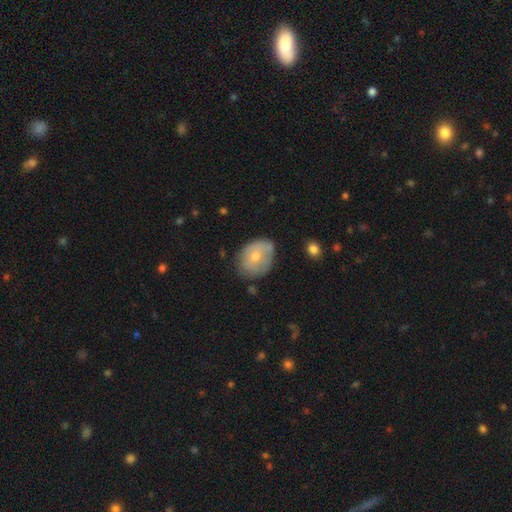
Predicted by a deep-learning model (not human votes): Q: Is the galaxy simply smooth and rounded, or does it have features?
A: smooth — 64%.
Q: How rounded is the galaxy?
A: in between — 65%.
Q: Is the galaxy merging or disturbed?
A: none — 60%.